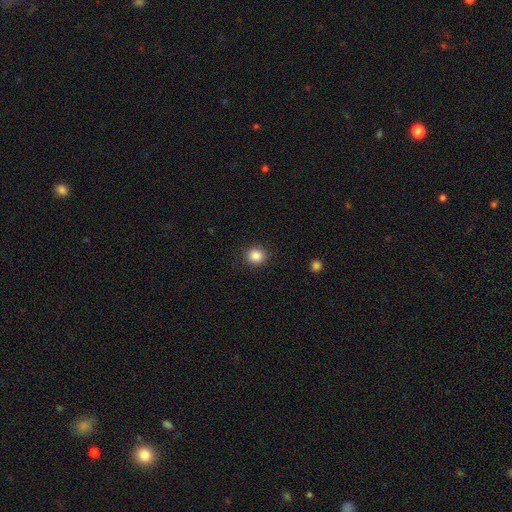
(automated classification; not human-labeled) Smooth or featured?
  - smooth: 87% *
  - star or artifact: 10%
  - featured or disk: 3%
How rounded?
  - round: 84% *
  - in between: 15%
  - cigar-shaped: 1%
Merging?
  - none: 89% *
  - minor disturbance: 7%
  - major disturbance: 2%
  - merger: 1%